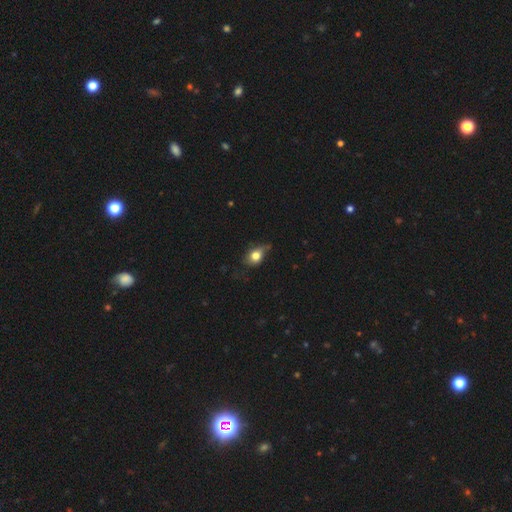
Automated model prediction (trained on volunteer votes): A smooth galaxy with no disk features (76%) that is in between round and cigar-shaped (54%). Merging: none (49%).